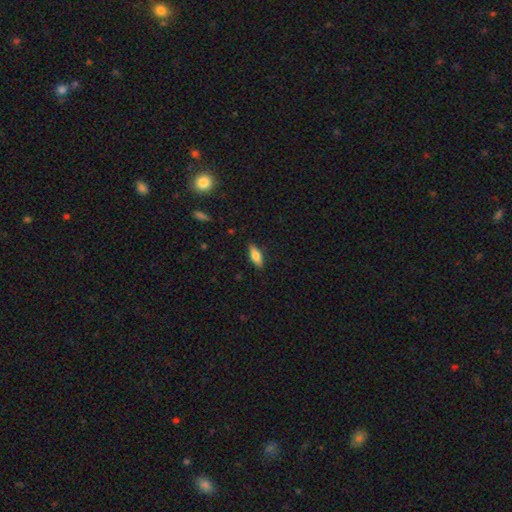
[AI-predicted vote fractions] This appears to be a smooth galaxy with no disk features (61%) that is in between round and cigar-shaped (60%). Merging: none (88%).